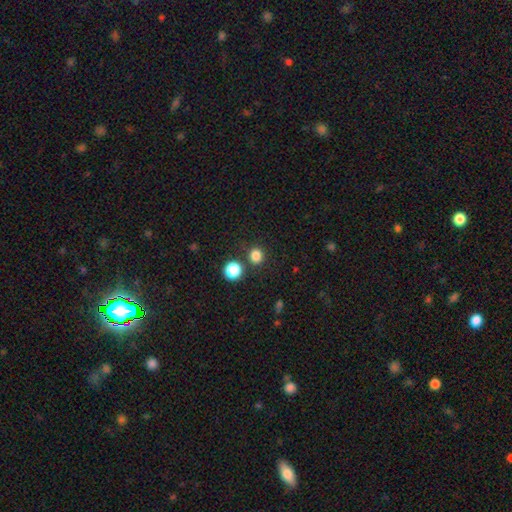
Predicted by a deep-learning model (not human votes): smooth-or-featured: smooth: 82% | star or artifact: 14% | featured or disk: 4%
  how-rounded: round: 86% | in between: 14% | cigar-shaped: 1%
  merging: none: 80% | merger: 10% | minor disturbance: 7% | major disturbance: 3%